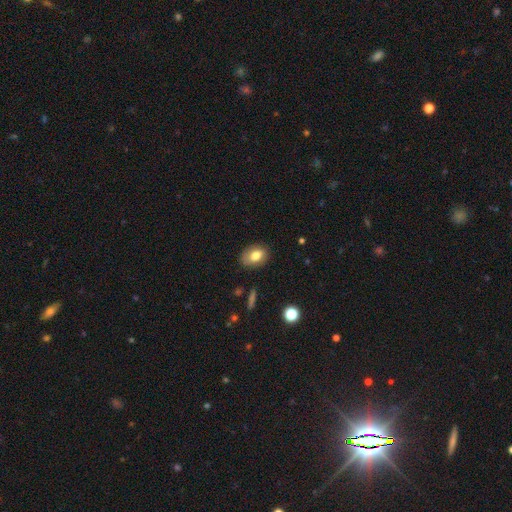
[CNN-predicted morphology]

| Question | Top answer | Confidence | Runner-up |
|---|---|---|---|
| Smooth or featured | smooth | 78% | featured or disk (13%) |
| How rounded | in between | 77% | round (22%) |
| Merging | none | 82% | minor disturbance (14%) |